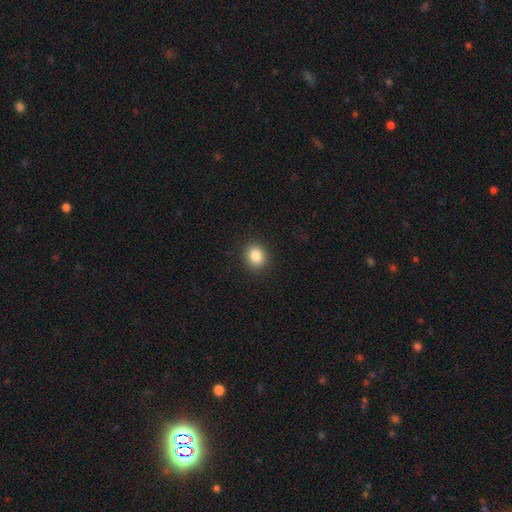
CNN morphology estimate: Overall: smooth (85%). How rounded: round (71%). Merging: none (90%).